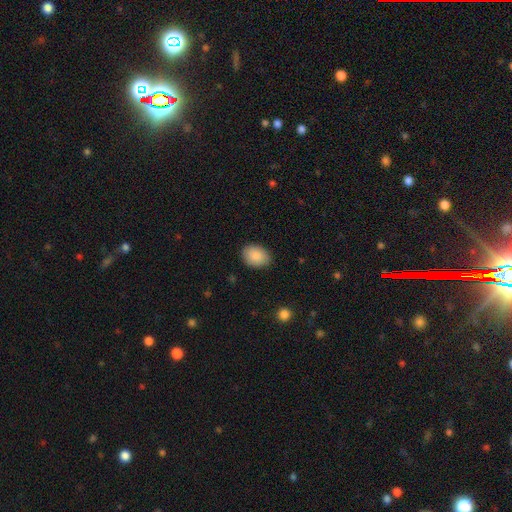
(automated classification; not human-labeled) Smooth or featured: smooth — 88% (star or artifact — 7%)
How rounded: in between — 70% (round — 29%)
Merging: none — 84% (minor disturbance — 12%)